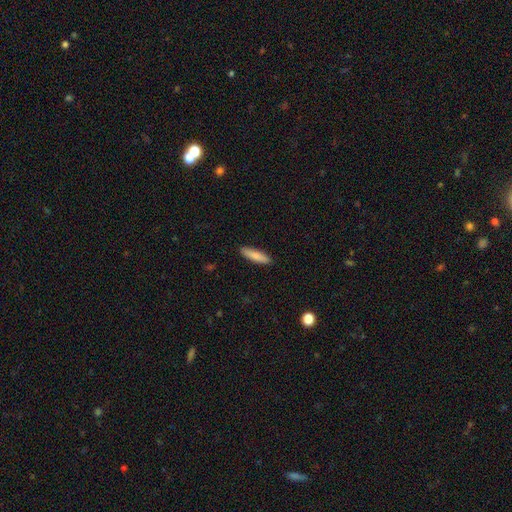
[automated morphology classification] smooth-or-featured: smooth: 83% | featured or disk: 11% | star or artifact: 6%
  how-rounded: cigar-shaped: 73% | in between: 25% | round: 2%
  merging: none: 90% | minor disturbance: 8% | major disturbance: 2% | merger: 1%